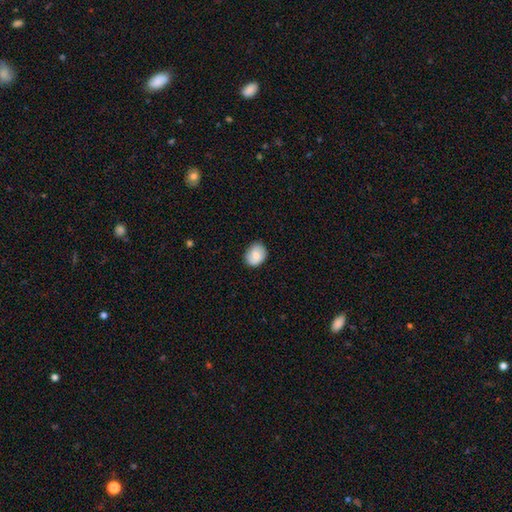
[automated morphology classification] Smooth or featured: smooth — 77% (featured or disk — 16%)
How rounded: round — 54% (in between — 45%)
Merging: none — 82% (minor disturbance — 14%)